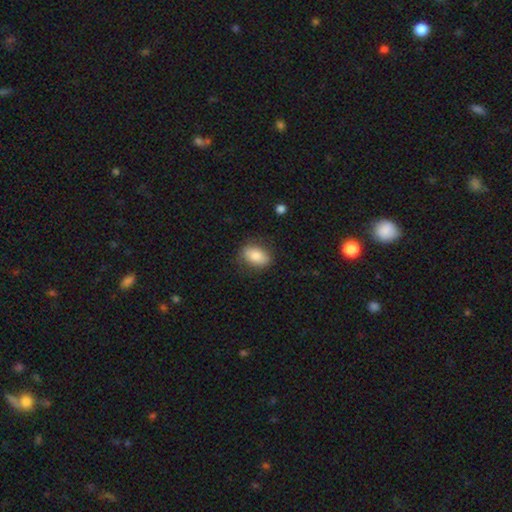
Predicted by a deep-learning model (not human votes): A smooth galaxy with no disk features (82%) that is in between round and cigar-shaped (85%).

Vote fractions:
- Smooth or featured? smooth: 82% / featured or disk: 11% / star or artifact: 7%
- How rounded? in between: 85% / round: 13% / cigar-shaped: 2%
- Merging? none: 80% / minor disturbance: 15% / major disturbance: 4% / merger: 1%